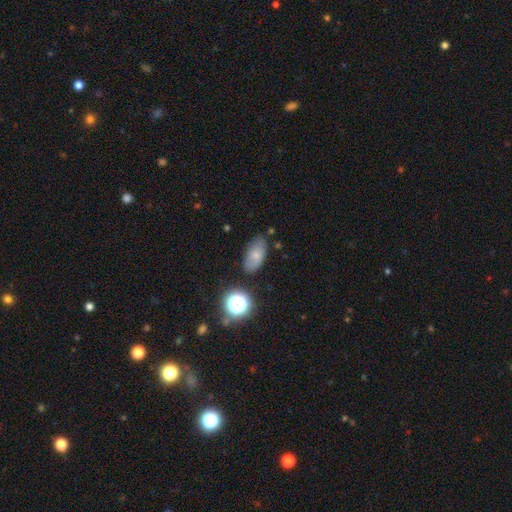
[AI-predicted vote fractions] smooth_or_featured: smooth (p=0.67) [alt: featured or disk p=0.22]
how_rounded: in between (p=0.88) [alt: round p=0.08]
merging: none (p=0.67) [alt: minor disturbance p=0.24]